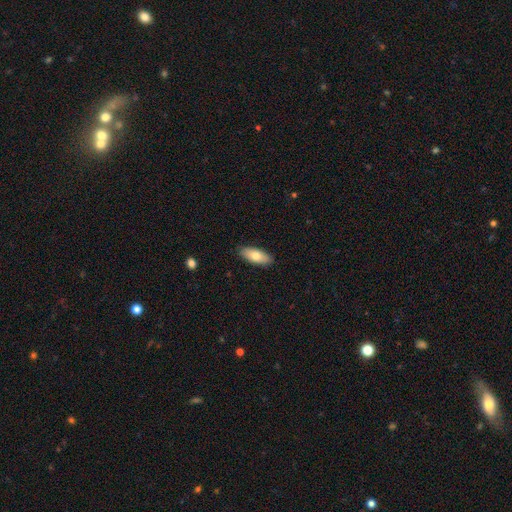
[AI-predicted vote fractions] This is likely a smooth galaxy (75%). How rounded: clearly in between (82%). Merging: clearly none (88%).